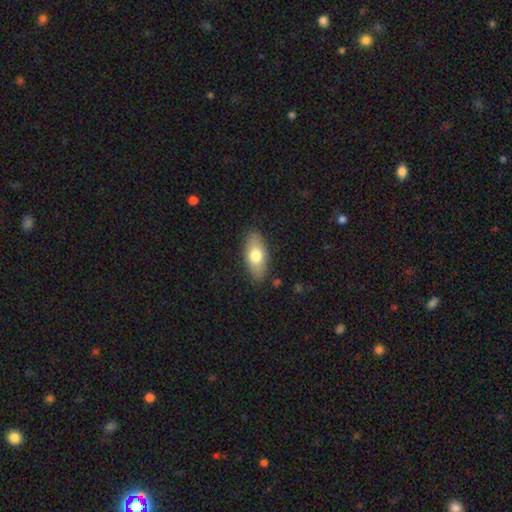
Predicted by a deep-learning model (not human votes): smooth_or_featured: smooth (p=0.72) [alt: featured or disk p=0.22]
how_rounded: in between (p=0.86) [alt: cigar-shaped p=0.10]
merging: none (p=0.85) [alt: minor disturbance p=0.11]